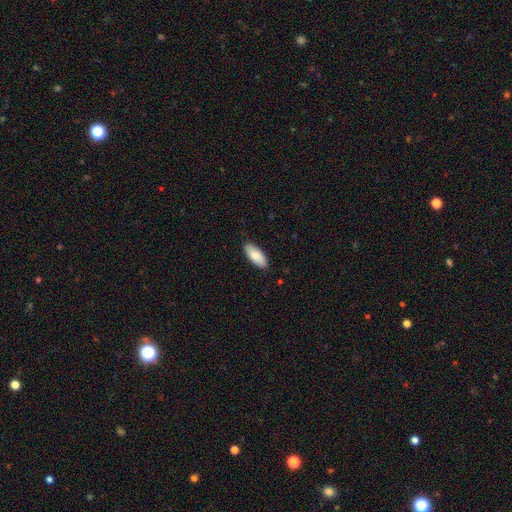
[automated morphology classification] This is clearly a smooth galaxy (85%). How rounded: clearly in between (84%). Merging: clearly none (88%).